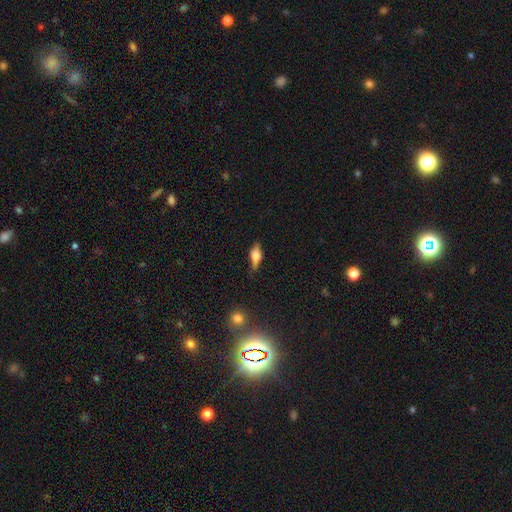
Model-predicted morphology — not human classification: The model was most divided on "smooth or featured": smooth: 50%, featured or disk: 41%, star or artifact: 9%. More confident: how rounded — in between (67%); merging — none (62%).